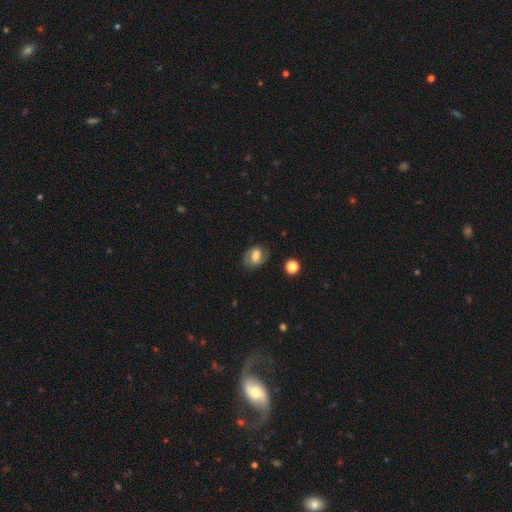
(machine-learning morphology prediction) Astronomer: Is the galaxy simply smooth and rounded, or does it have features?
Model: featured or disk — 55% (runner-up: smooth, 36%).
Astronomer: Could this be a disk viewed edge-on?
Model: no — 96%.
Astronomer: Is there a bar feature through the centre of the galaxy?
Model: weak — 46% (runner-up: no, 30%).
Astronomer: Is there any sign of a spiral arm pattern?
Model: yes — 83%.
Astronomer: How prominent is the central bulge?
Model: moderate — 52%.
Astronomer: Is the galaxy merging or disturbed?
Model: none — 76%.